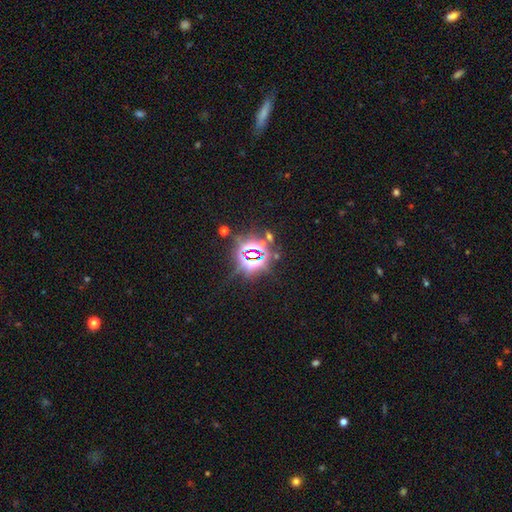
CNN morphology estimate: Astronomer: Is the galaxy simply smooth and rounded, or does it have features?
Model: star or artifact — 81%.